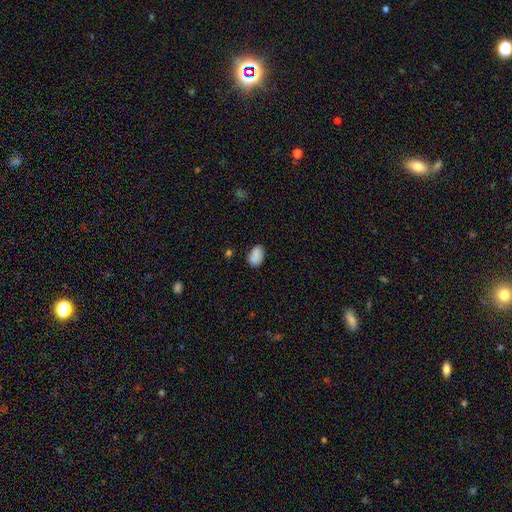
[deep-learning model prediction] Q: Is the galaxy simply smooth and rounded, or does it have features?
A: smooth — 86%.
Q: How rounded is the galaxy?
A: in between — 91%.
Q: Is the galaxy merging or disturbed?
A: none — 79%.